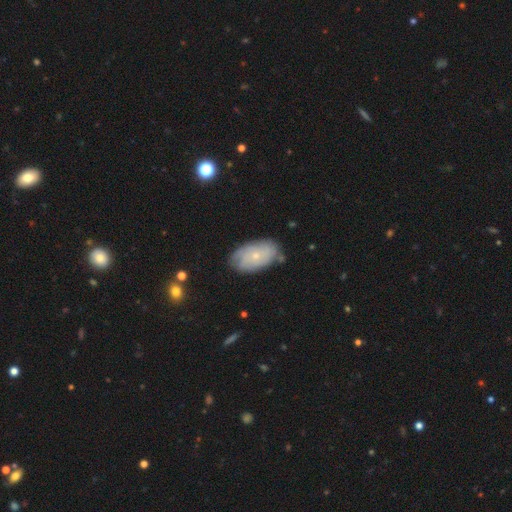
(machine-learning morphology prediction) type=featured or disk (52%); edge-on=no (94%); merging=none (75%).